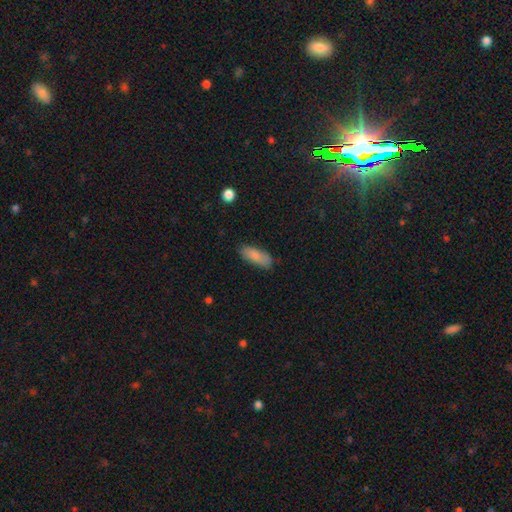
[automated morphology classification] This is clearly a smooth galaxy (86%). How rounded: likely in between (71%). Merging: clearly none (81%).